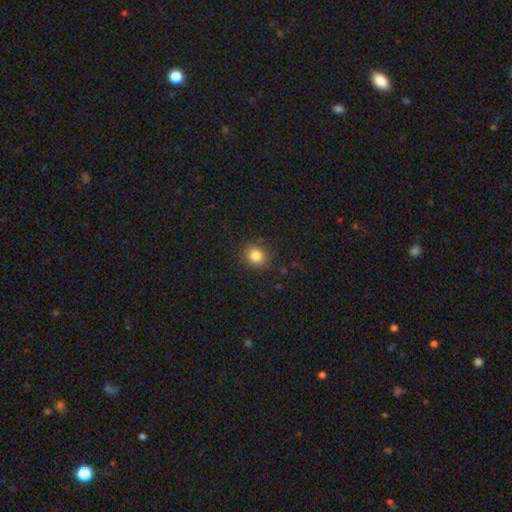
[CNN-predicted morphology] Overall: smooth (82%). How rounded: round (73%). Merging: none (87%).